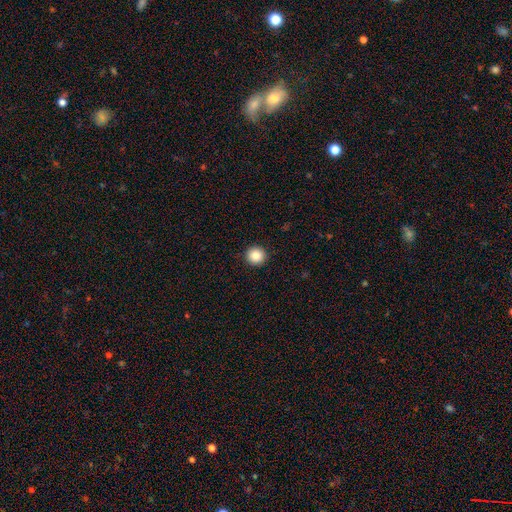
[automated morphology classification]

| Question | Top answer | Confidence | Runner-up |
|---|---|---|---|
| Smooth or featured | smooth | 87% | star or artifact (9%) |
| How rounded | round | 94% | in between (5%) |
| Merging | none | 93% | minor disturbance (4%) |